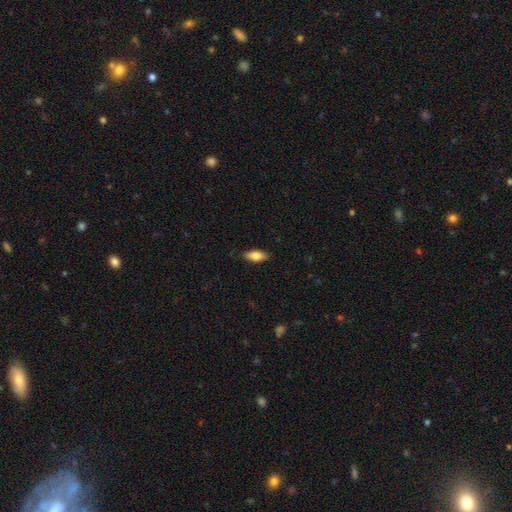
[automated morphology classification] Overall: smooth (79%). How rounded: in between (81%). Merging: none (88%).